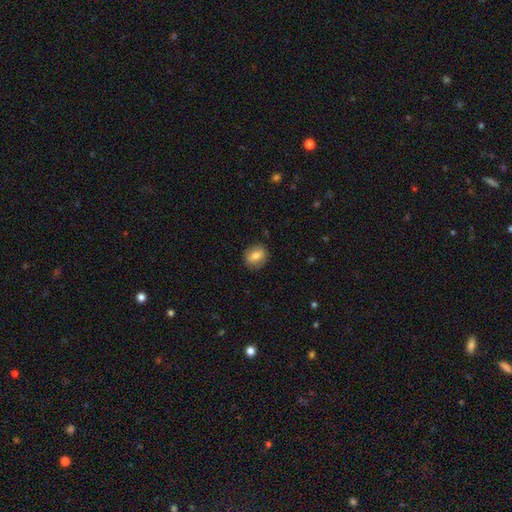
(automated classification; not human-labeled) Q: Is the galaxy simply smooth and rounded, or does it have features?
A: smooth — 79%.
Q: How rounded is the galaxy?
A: round — 61%.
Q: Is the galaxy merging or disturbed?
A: none — 87%.